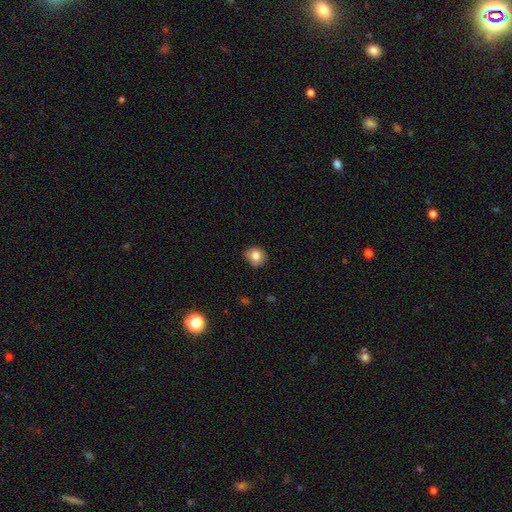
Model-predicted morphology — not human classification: A smooth galaxy with no disk features (82%) that is round (81%). Merging: none (77%).